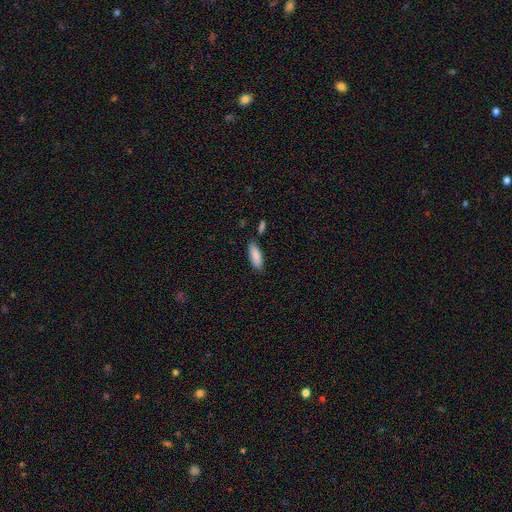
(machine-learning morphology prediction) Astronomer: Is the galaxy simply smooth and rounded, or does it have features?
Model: smooth — 86%.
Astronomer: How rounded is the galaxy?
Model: in between — 69%.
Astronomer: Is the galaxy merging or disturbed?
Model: none — 80%.